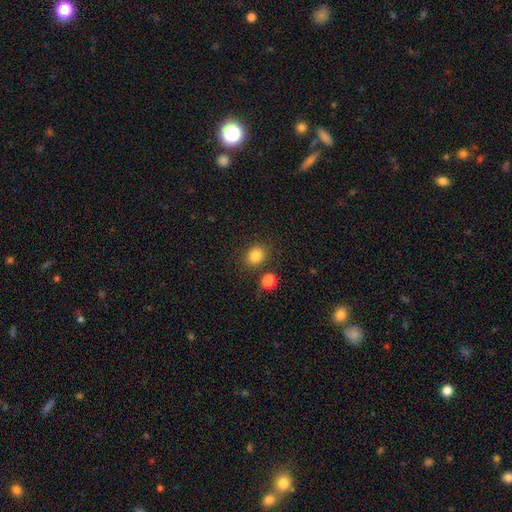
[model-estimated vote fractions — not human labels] smooth_or_featured: smooth (p=0.83) [alt: star or artifact p=0.12]
how_rounded: round (p=0.64) [alt: in between p=0.35]
merging: none (p=0.81) [alt: minor disturbance p=0.10]